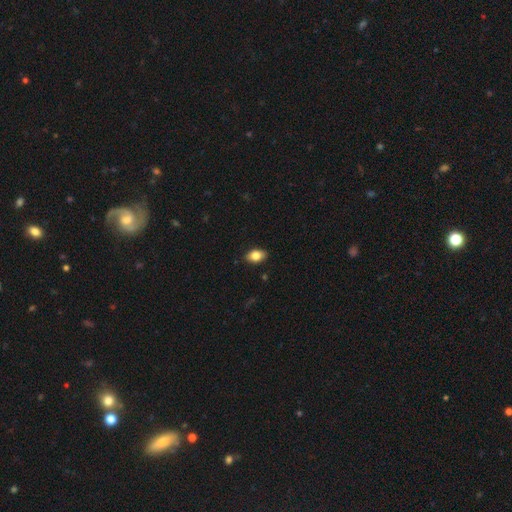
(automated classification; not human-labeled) Smooth or featured?
  - smooth: 82% *
  - featured or disk: 10%
  - star or artifact: 8%
How rounded?
  - in between: 87% *
  - round: 11%
  - cigar-shaped: 2%
Merging?
  - none: 87% *
  - minor disturbance: 10%
  - major disturbance: 2%
  - merger: 1%